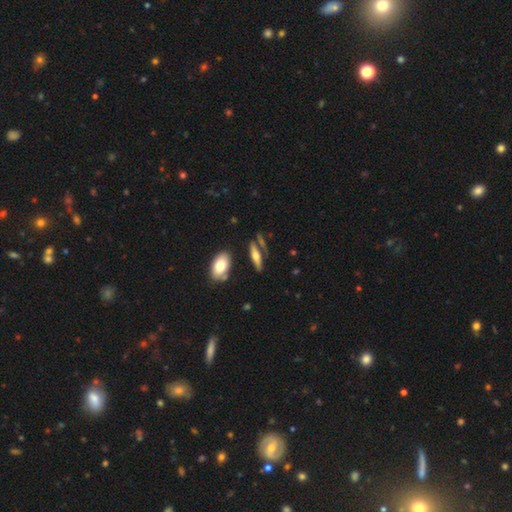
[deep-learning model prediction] The model was most divided on "smooth or featured": featured or disk: 48%, smooth: 44%, star or artifact: 8%. More confident: merging — none (69%).